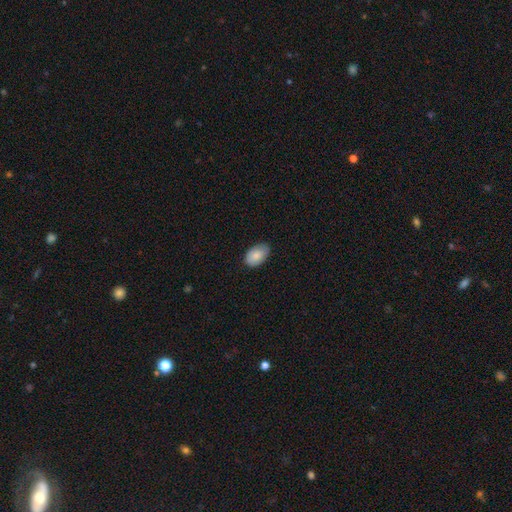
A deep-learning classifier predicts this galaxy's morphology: Overall: smooth (84%). How rounded: in between (93%). Merging: none (80%).